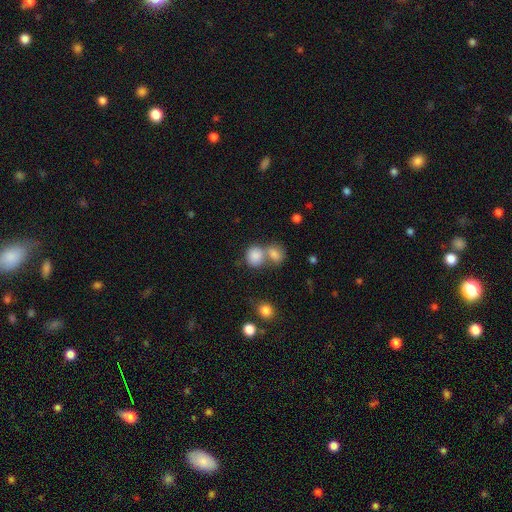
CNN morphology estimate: Smooth or featured?
  - smooth: 84% *
  - star or artifact: 9%
  - featured or disk: 7%
How rounded?
  - round: 73% *
  - in between: 26%
  - cigar-shaped: 1%
Merging?
  - merger: 52% *
  - none: 37%
  - minor disturbance: 8%
  - major disturbance: 4%